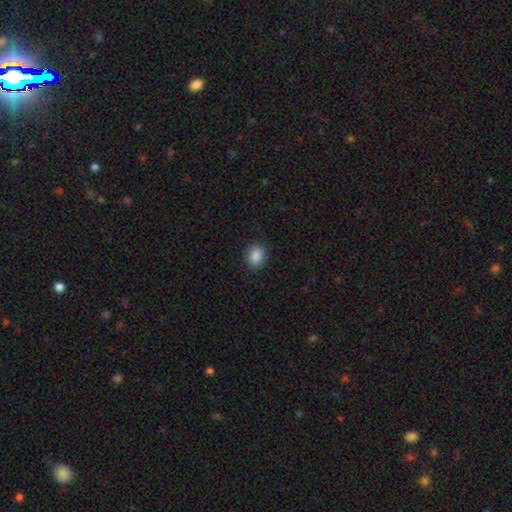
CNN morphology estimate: A smooth galaxy with no disk features (88%) that is round (57%).

Vote fractions:
- Smooth or featured? smooth: 88% / star or artifact: 9% / featured or disk: 3%
- How rounded? round: 57% / in between: 42% / cigar-shaped: 1%
- Merging? none: 86% / minor disturbance: 11% / major disturbance: 3% / merger: 1%